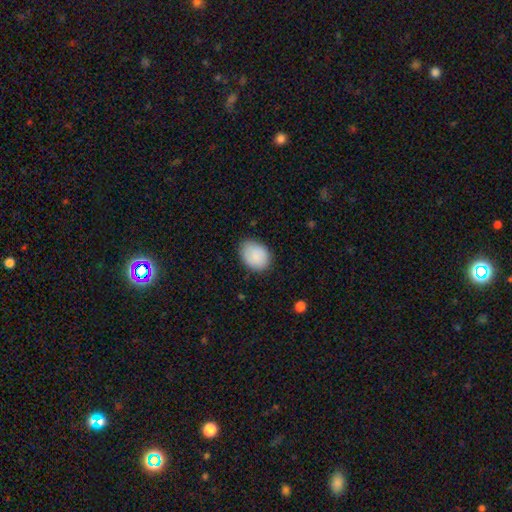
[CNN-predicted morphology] smooth-or-featured: smooth: 88% | star or artifact: 6% | featured or disk: 6%
  how-rounded: in between: 70% | round: 29% | cigar-shaped: 1%
  merging: none: 78% | minor disturbance: 18% | major disturbance: 3% | merger: 1%